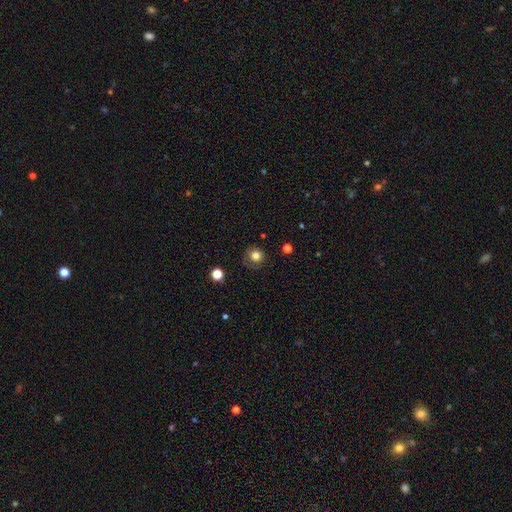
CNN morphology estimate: Smooth or featured?
  - smooth: 78% *
  - star or artifact: 12%
  - featured or disk: 10%
How rounded?
  - round: 89% *
  - in between: 10%
  - cigar-shaped: 1%
Merging?
  - none: 73% *
  - minor disturbance: 17%
  - major disturbance: 8%
  - merger: 2%